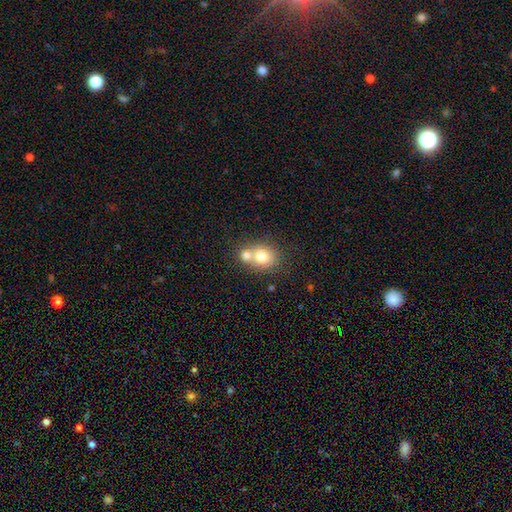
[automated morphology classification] A smooth galaxy with no disk features (73%) that is round (71%).

Vote fractions:
- Smooth or featured? smooth: 73% / featured or disk: 15% / star or artifact: 11%
- How rounded? round: 71% / in between: 28% / cigar-shaped: 1%
- Merging? merger: 52% / none: 38% / minor disturbance: 7% / major disturbance: 3%